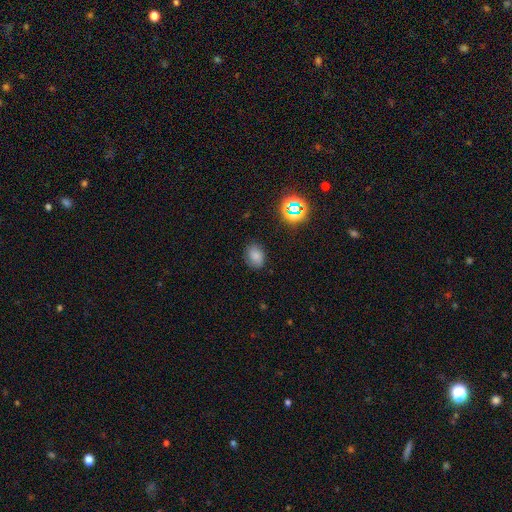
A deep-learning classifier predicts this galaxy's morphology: Smooth or featured? Predicted: smooth (p=0.72). How rounded? Predicted: in between (p=0.64). Merging? Predicted: none (p=0.78).